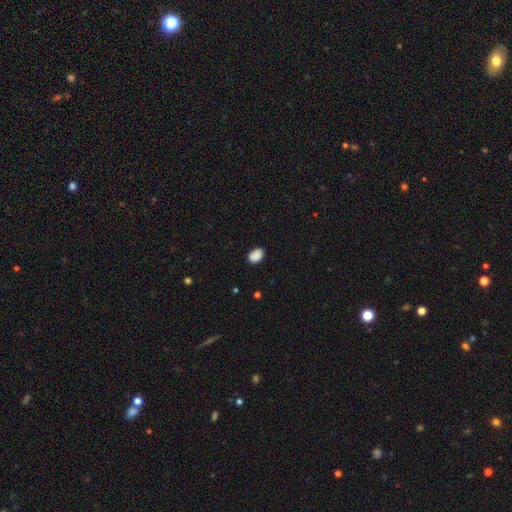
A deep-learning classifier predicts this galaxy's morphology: This appears to be a smooth galaxy with no disk features (89%) that is in between round and cigar-shaped (81%). Merging: none (83%).